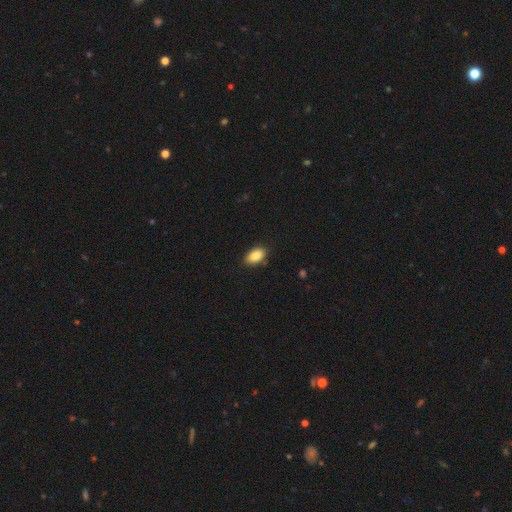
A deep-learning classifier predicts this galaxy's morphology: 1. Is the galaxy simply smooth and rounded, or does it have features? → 87% smooth, 8% star or artifact, 5% featured or disk.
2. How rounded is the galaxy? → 92% in between, 6% round, 2% cigar-shaped.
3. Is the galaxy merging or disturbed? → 85% none, 12% minor disturbance, 2% major disturbance, 1% merger.